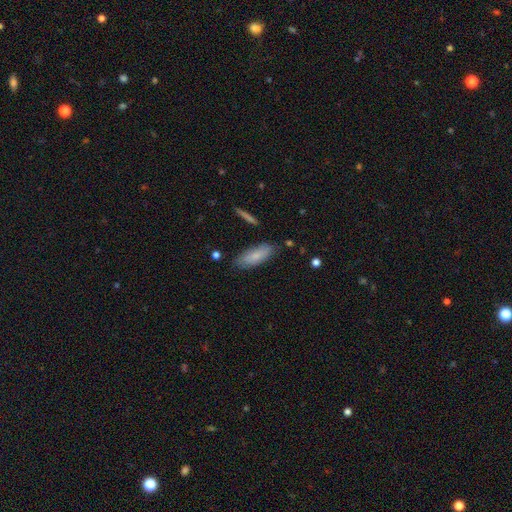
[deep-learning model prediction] Smooth or featured?
  - smooth: 78% *
  - featured or disk: 15%
  - star or artifact: 6%
How rounded?
  - in between: 68% *
  - cigar-shaped: 30%
  - round: 2%
Merging?
  - none: 77% *
  - minor disturbance: 17%
  - major disturbance: 3%
  - merger: 3%